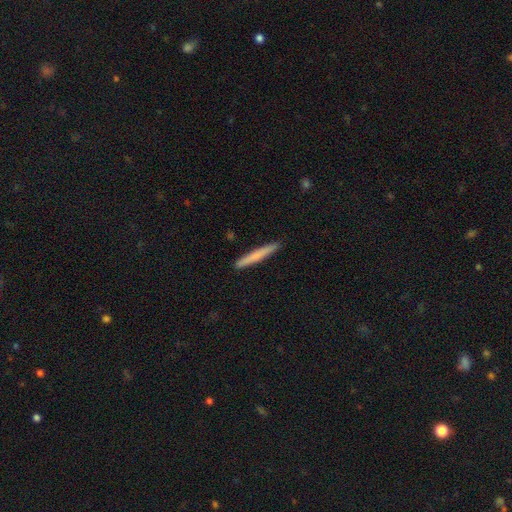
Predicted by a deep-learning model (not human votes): A smooth galaxy with no disk features (69%) that is cigar-shaped (97%). Merging: none (92%).